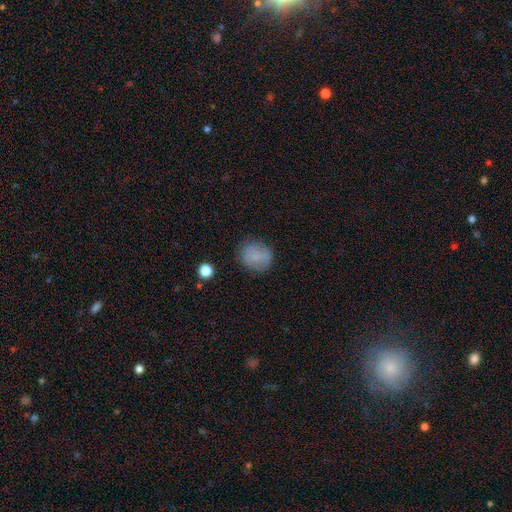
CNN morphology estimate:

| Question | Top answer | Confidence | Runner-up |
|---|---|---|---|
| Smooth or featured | smooth | 78% | featured or disk (12%) |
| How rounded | round | 71% | in between (27%) |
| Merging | none | 79% | minor disturbance (15%) |